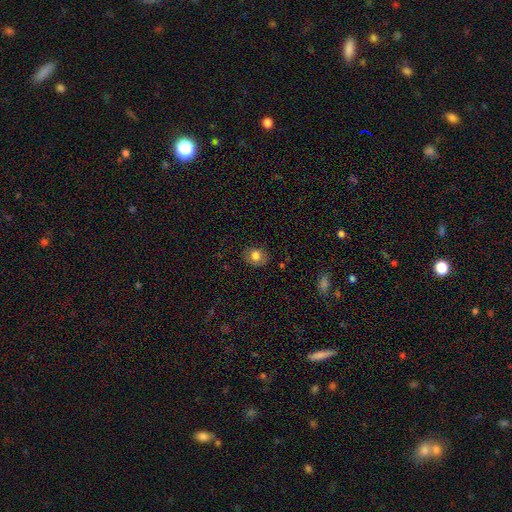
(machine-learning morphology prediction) A smooth galaxy with no disk features (78%) that is round (59%). Merging: none (83%).